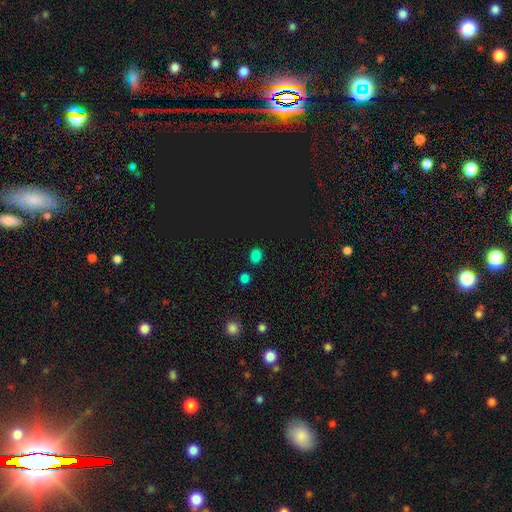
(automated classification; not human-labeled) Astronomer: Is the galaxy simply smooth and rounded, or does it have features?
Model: smooth — 77%.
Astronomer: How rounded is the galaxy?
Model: round — 52% (runner-up: in between, 46%).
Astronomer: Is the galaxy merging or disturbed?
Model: none — 83%.